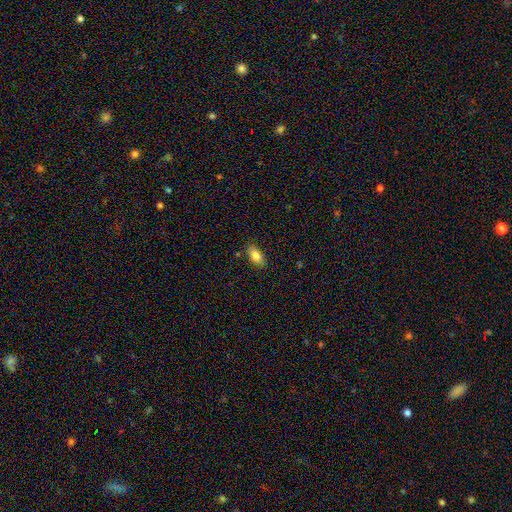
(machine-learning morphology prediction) type=smooth (82%); roundness=in between (89%); merging=none (84%).